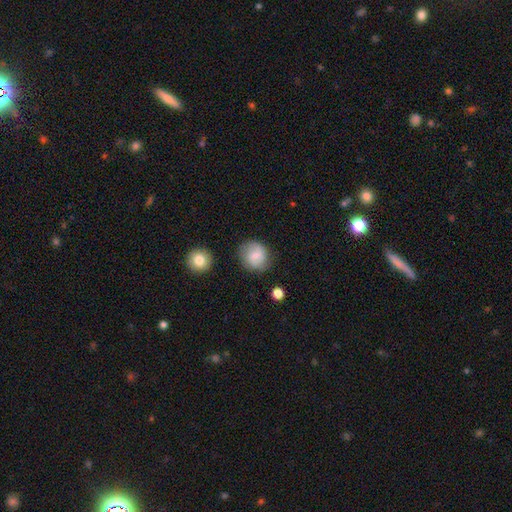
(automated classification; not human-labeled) Smooth or featured? smooth (58%)
How rounded? round (82%)
Merging? none (77%)